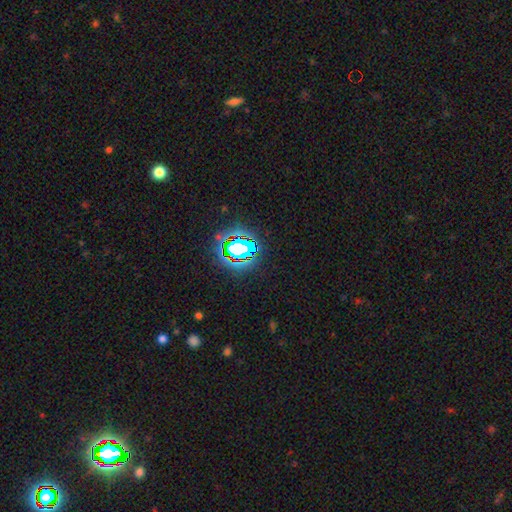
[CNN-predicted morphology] A star or artifact, not a galaxy (80%).